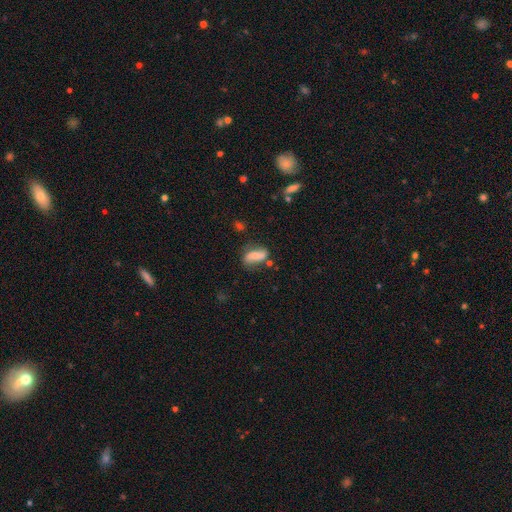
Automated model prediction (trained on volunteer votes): Morphology: type=smooth (61%); roundness=in between (81%); merging=none (55%).